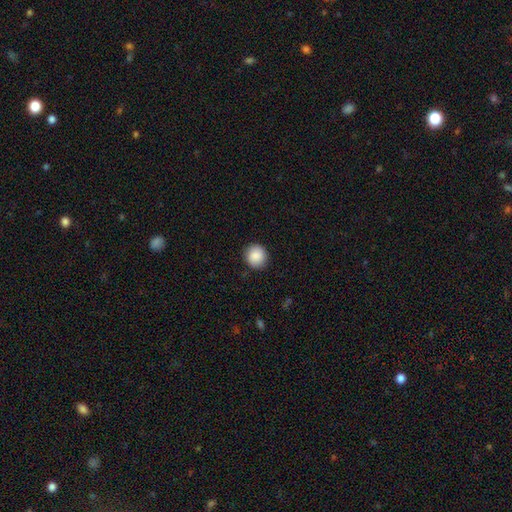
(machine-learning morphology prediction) A smooth galaxy with no disk features (89%) that is round (90%).

Vote fractions:
- Smooth or featured? smooth: 89% / star or artifact: 8% / featured or disk: 4%
- How rounded? round: 90% / in between: 9% / cigar-shaped: 1%
- Merging? none: 90% / minor disturbance: 7% / major disturbance: 2% / merger: 1%